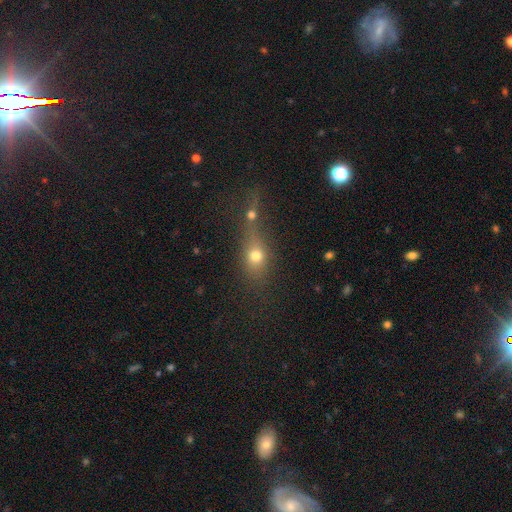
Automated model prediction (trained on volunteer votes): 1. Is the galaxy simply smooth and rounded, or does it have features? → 67% smooth, 19% star or artifact, 15% featured or disk.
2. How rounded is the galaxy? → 49% round, 44% in between, 7% cigar-shaped.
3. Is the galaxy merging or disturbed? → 48% merger, 34% none, 9% major disturbance, 9% minor disturbance.